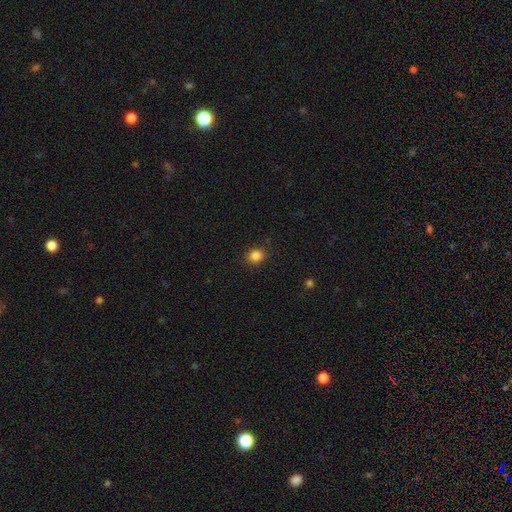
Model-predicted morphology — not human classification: Smooth or featured? smooth (85%)
How rounded? round (76%)
Merging? none (90%)